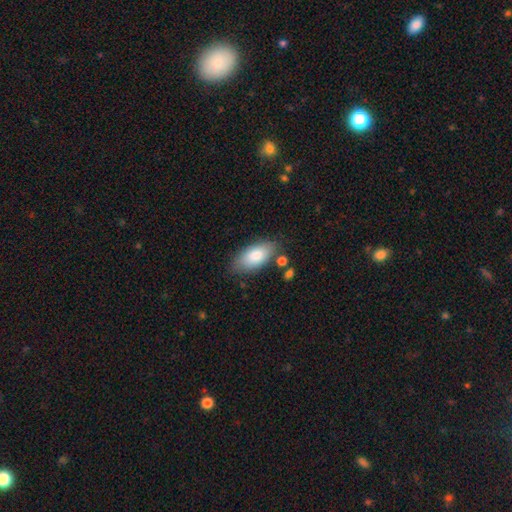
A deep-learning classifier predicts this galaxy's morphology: Q: Smooth or featured?
A: smooth (83%); runner-up: featured or disk (11%)
Q: How rounded?
A: in between (91%); runner-up: cigar-shaped (6%)
Q: Merging?
A: none (75%); runner-up: minor disturbance (16%)